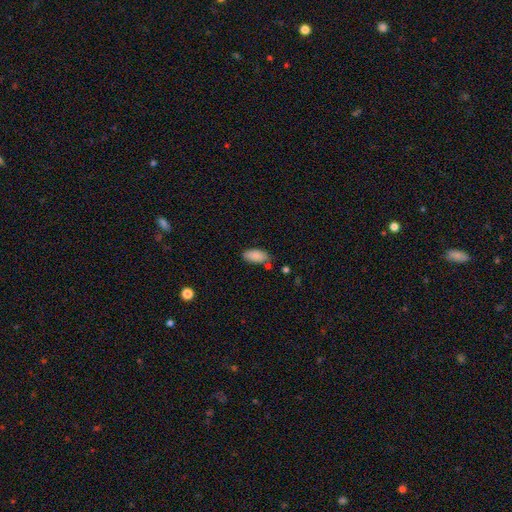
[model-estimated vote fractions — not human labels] smooth_or_featured: smooth (p=0.88) [alt: star or artifact p=0.07]
how_rounded: in between (p=0.92) [alt: cigar-shaped p=0.06]
merging: none (p=0.73) [alt: minor disturbance p=0.16]